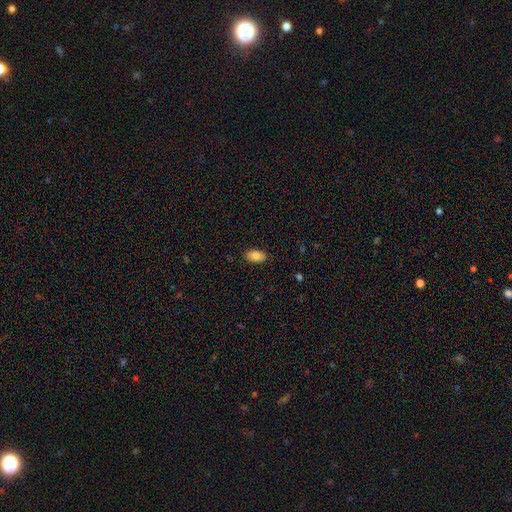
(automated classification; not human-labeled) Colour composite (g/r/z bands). It shows a smooth galaxy with no disk features (82%) that is in between round and cigar-shaped (93%). Merging: none (88%).